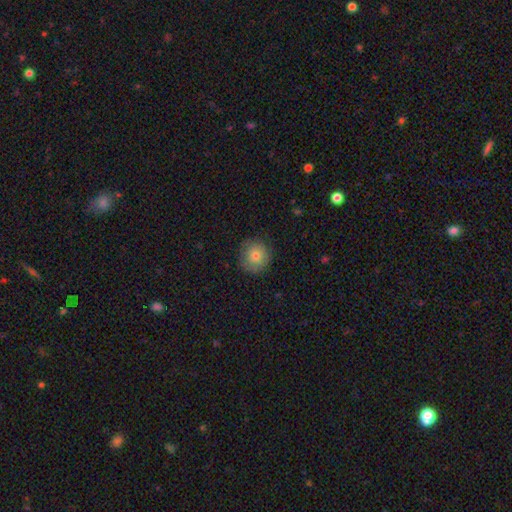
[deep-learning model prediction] Overall: smooth (78%). How rounded: round (92%). Merging: none (84%).